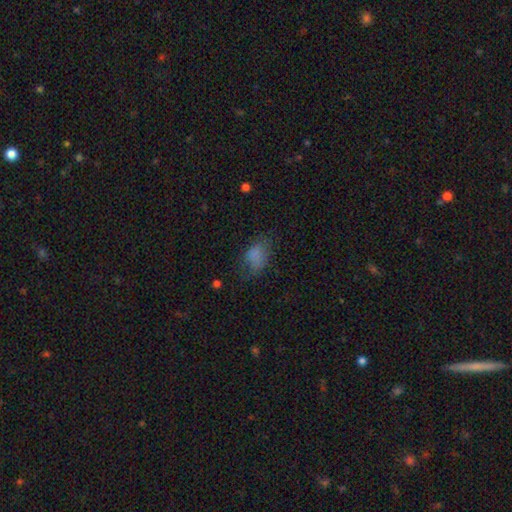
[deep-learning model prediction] Smooth or featured?
  - smooth: 75% *
  - star or artifact: 14%
  - featured or disk: 12%
How rounded?
  - in between: 82% *
  - round: 16%
  - cigar-shaped: 2%
Merging?
  - none: 52% *
  - minor disturbance: 27%
  - major disturbance: 19%
  - merger: 2%